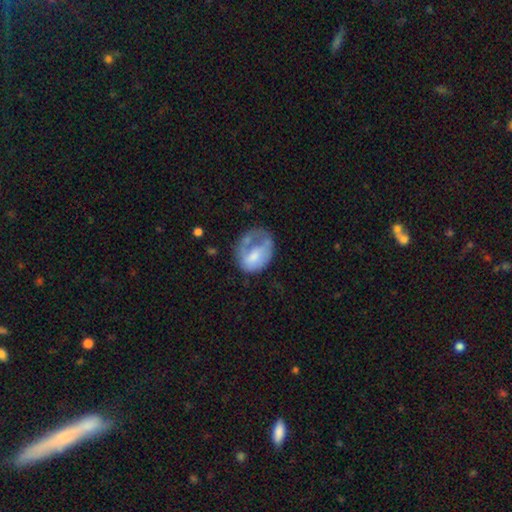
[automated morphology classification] A smooth galaxy with no disk features (50%) that is in between round and cigar-shaped (62%). Merging: major disturbance (40%).